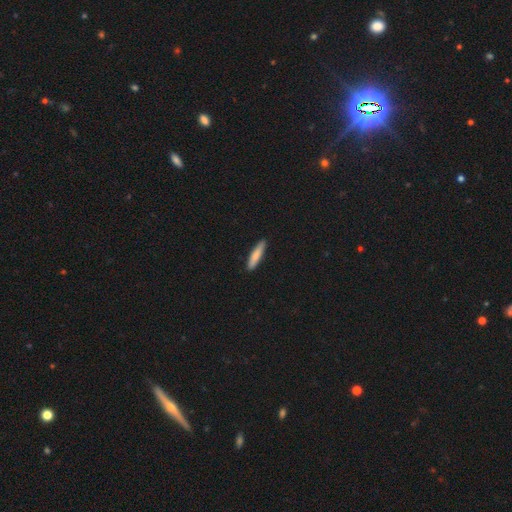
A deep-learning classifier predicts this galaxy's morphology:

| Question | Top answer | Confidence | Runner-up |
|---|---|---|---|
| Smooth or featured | smooth | 80% | featured or disk (14%) |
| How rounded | cigar-shaped | 87% | in between (12%) |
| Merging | none | 90% | minor disturbance (7%) |